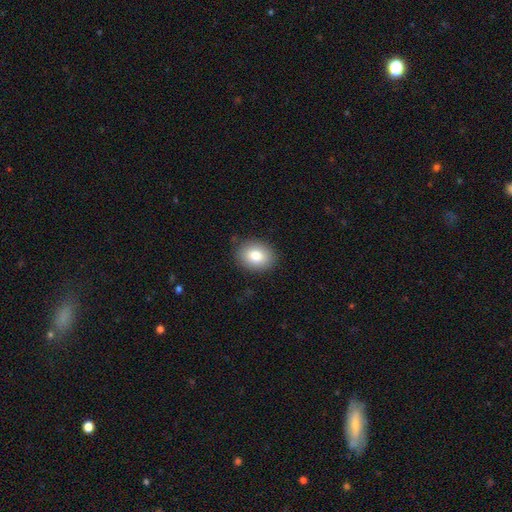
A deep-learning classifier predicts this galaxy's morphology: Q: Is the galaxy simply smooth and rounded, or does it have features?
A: smooth — 83%.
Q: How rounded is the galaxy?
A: in between — 56%.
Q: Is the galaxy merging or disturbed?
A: none — 86%.